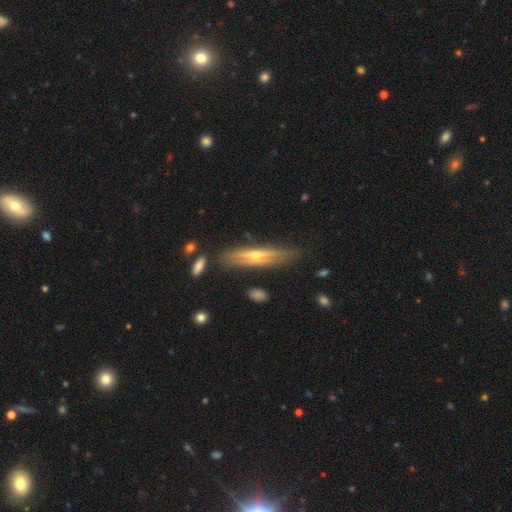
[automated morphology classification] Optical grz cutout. It shows a featured or disk galaxy (56%) viewed edge-on (77%). Merging: none (79%).